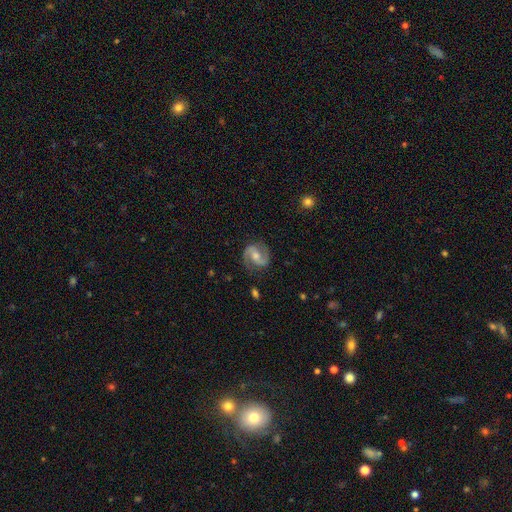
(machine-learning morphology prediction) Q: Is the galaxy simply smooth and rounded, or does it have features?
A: featured or disk — 86%.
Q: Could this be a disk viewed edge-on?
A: no — 98%.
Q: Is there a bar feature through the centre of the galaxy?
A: weak — 43%.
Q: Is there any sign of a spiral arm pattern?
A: yes — 97%.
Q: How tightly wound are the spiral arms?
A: medium — 55%.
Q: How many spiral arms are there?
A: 2 — 93%.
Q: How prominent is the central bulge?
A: moderate — 58%.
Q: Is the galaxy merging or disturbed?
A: none — 82%.